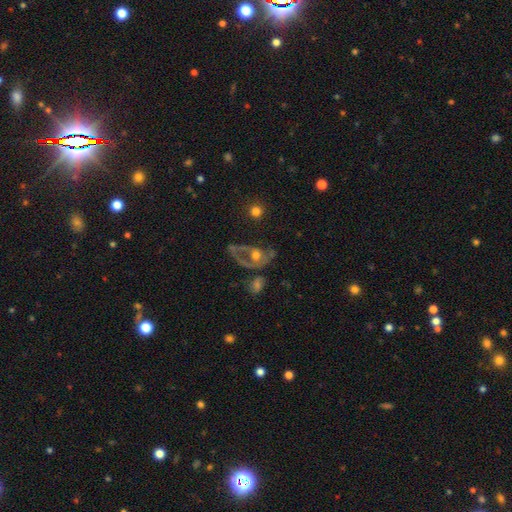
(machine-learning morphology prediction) A featured or disk galaxy (57%) with no bar (87%), no spiral arms (71%) and a moderate central bulge (62%). Merging: major disturbance (44%).